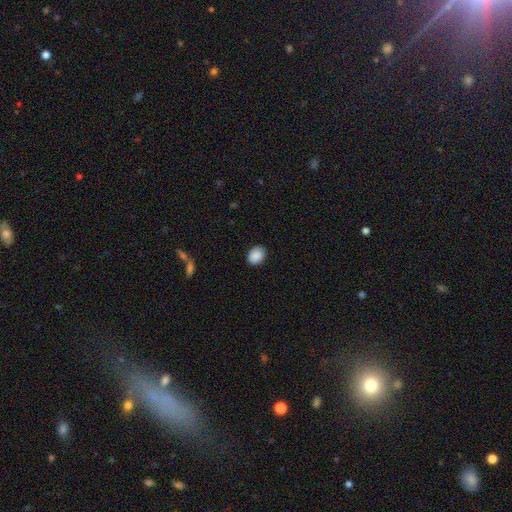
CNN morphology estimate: Smooth or featured?
  - smooth: 89% *
  - star or artifact: 8%
  - featured or disk: 3%
How rounded?
  - in between: 58% *
  - round: 41%
  - cigar-shaped: 1%
Merging?
  - none: 86% *
  - minor disturbance: 10%
  - major disturbance: 2%
  - merger: 1%